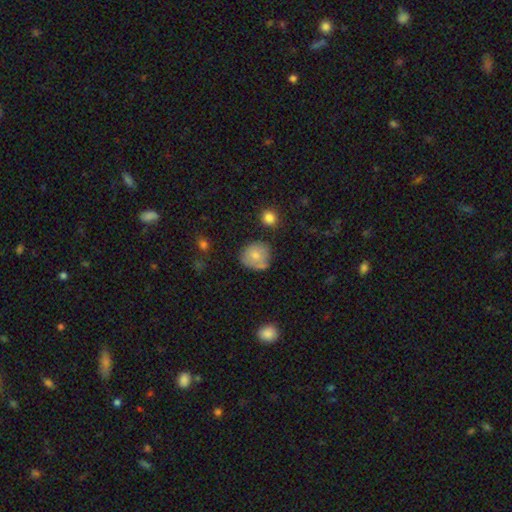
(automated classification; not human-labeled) smooth_or_featured: smooth (p=0.73) [alt: featured or disk p=0.18]
how_rounded: round (p=0.81) [alt: in between p=0.18]
merging: none (p=0.60) [alt: minor disturbance p=0.24]